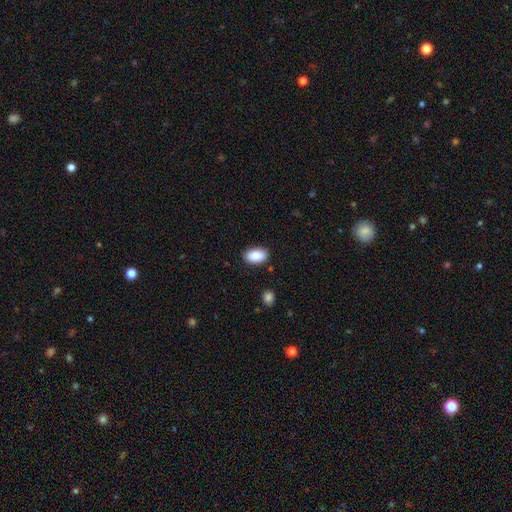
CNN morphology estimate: Smooth or featured? smooth (90%)
How rounded? in between (93%)
Merging? none (86%)